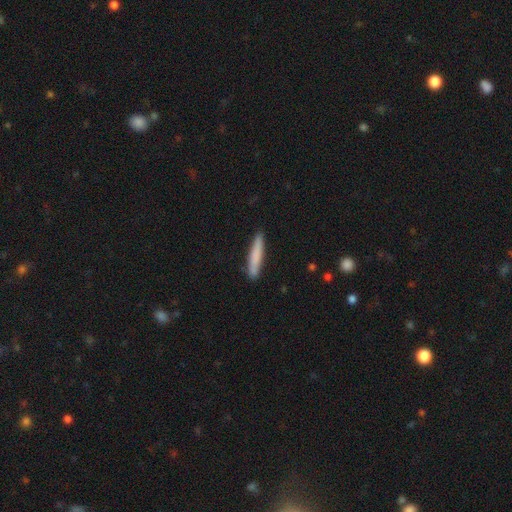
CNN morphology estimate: smooth_or_featured: smooth (p=0.78) [alt: featured or disk p=0.16]
how_rounded: cigar-shaped (p=0.94) [alt: in between p=0.05]
merging: none (p=0.88) [alt: minor disturbance p=0.09]